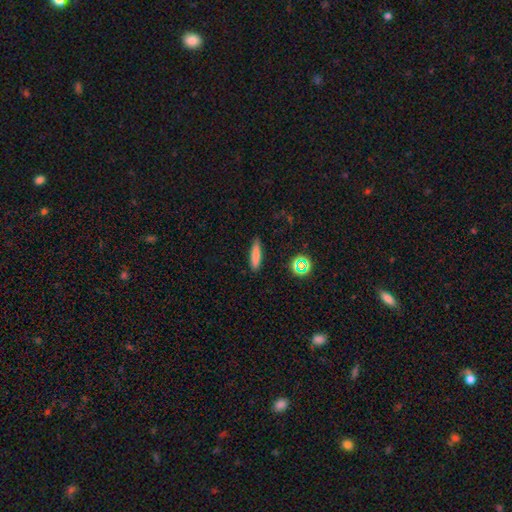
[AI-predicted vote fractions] This is likely a smooth galaxy (78%). How rounded: likely cigar-shaped (79%). Merging: clearly none (86%).